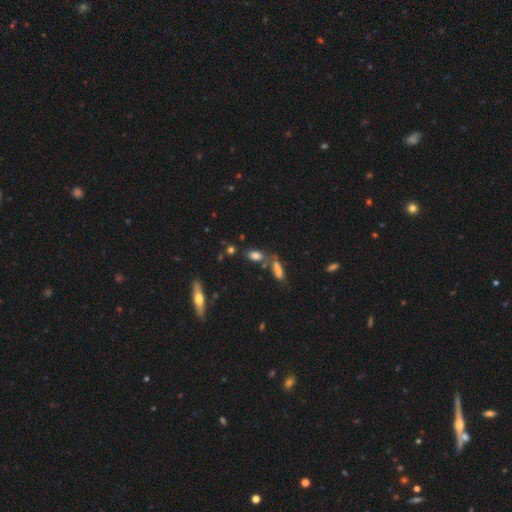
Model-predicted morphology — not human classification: smooth-or-featured: smooth: 75% | featured or disk: 13% | star or artifact: 12%
  how-rounded: in between: 74% | cigar-shaped: 18% | round: 7%
  merging: none: 58% | merger: 23% | minor disturbance: 14% | major disturbance: 5%